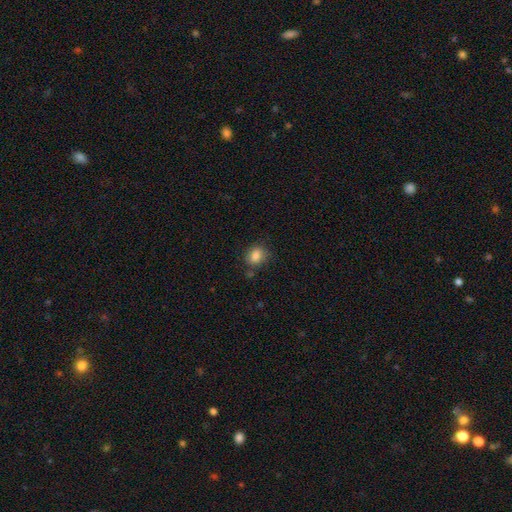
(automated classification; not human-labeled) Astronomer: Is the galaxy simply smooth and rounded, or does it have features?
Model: smooth — 84%.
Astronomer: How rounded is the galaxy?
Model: in between — 55% (runner-up: round, 43%).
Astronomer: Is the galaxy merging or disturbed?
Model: none — 74%.